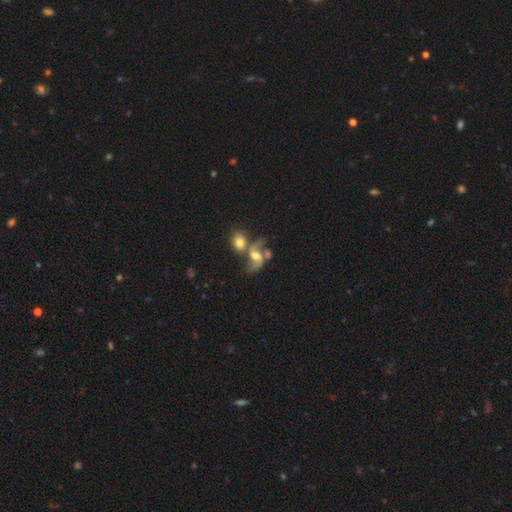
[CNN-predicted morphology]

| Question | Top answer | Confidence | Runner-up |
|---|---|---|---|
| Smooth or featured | featured or disk | 68% | smooth (22%) |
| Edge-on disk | no | 96% | yes (4%) |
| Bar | no | 46% | weak (40%) |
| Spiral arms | yes | 87% | no (13%) |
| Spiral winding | loose | 67% | medium (27%) |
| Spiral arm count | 2 | 88% | 1 (5%) |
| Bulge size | moderate | 62% | small (18%) |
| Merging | merger | 50% | none (29%) |